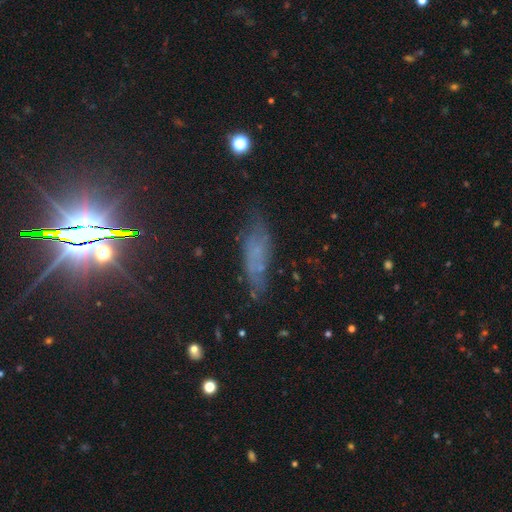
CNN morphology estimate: smooth-or-featured: smooth: 40% | featured or disk: 37% | star or artifact: 23%
  merging: none: 64% | minor disturbance: 24% | major disturbance: 10% | merger: 2%